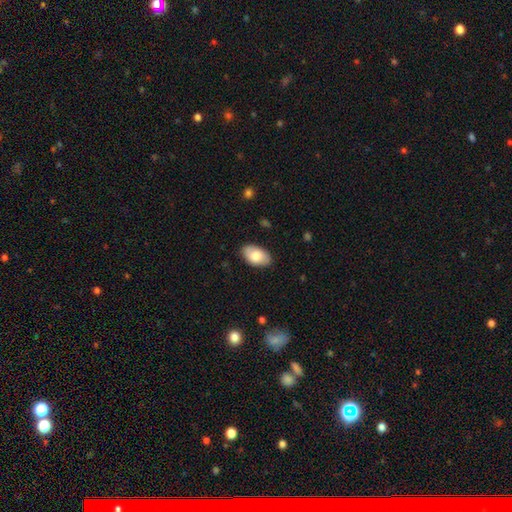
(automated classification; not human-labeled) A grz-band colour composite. It shows a smooth galaxy with no disk features (79%) that is in between round and cigar-shaped (94%). Merging: none (83%).